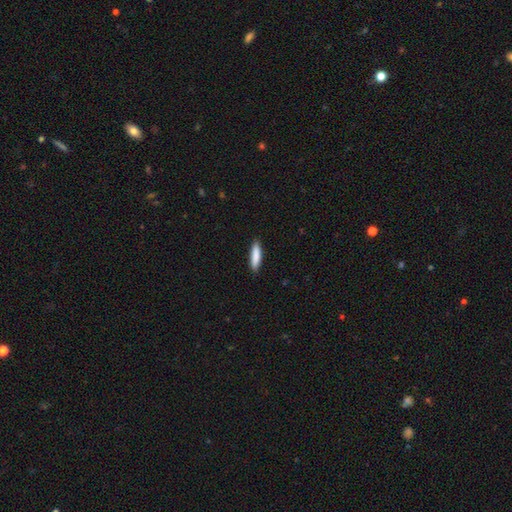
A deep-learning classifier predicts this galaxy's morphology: Smooth or featured? Predicted: smooth (p=0.87). How rounded? Predicted: cigar-shaped (p=0.74). Merging? Predicted: none (p=0.89).